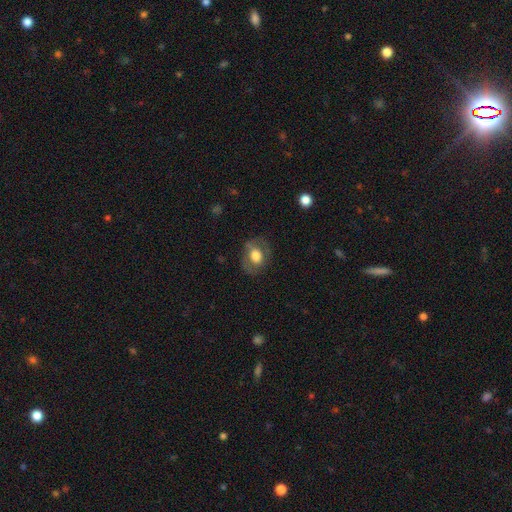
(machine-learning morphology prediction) A smooth galaxy with no disk features (59%) that is in between round and cigar-shaped (58%).

Vote fractions:
- Smooth or featured? smooth: 59% / featured or disk: 33% / star or artifact: 8%
- How rounded? in between: 58% / round: 41% / cigar-shaped: 1%
- Merging? none: 74% / minor disturbance: 17% / major disturbance: 8% / merger: 1%